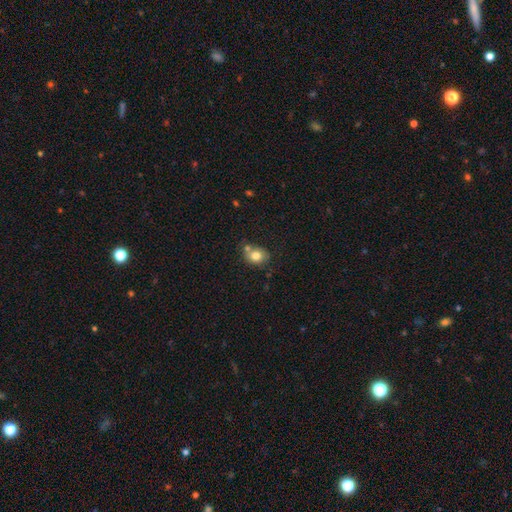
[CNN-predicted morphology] This is likely a smooth galaxy (79%). How rounded: likely round (62%). Merging: possibly none (56%).